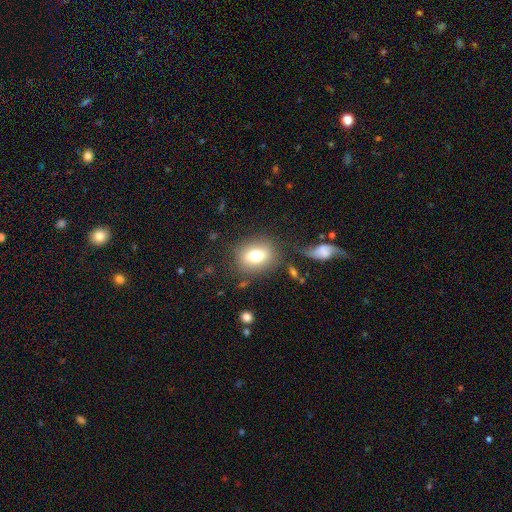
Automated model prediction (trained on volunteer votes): A smooth galaxy with no disk features (75%) that is in between round and cigar-shaped (53%). Merging: none (78%).